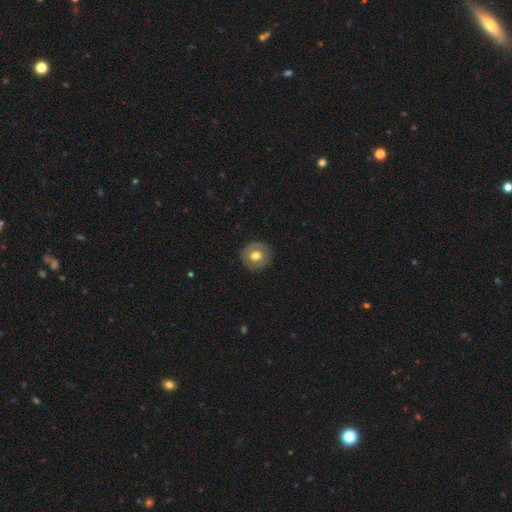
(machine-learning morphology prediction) This is likely a smooth galaxy (60%). How rounded: clearly round (92%). Merging: clearly none (88%).